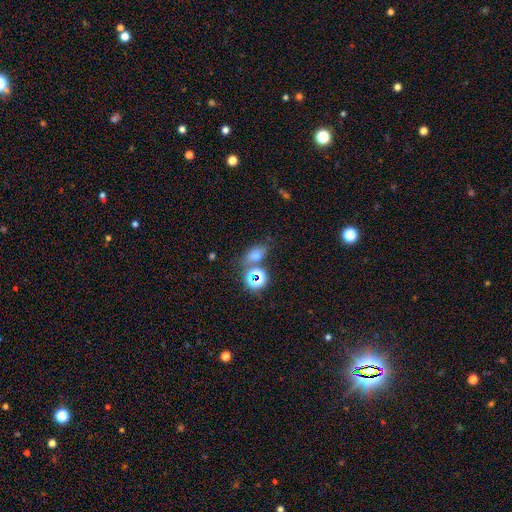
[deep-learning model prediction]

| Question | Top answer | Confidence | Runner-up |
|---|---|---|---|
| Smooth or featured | smooth | 59% | star or artifact (28%) |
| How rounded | in between | 72% | round (25%) |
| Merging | none | 62% | merger (18%) |